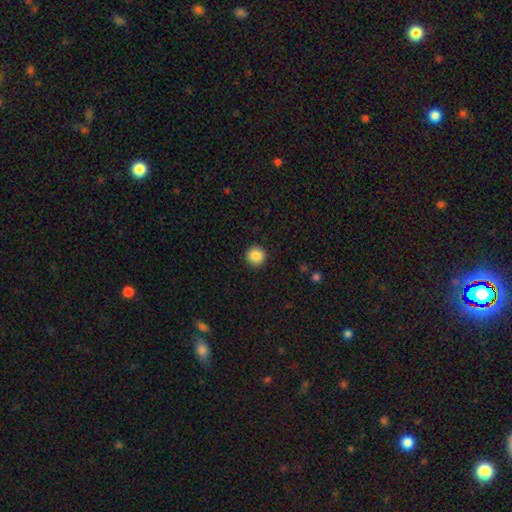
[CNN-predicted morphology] A smooth galaxy with no disk features (87%) that is round (95%).

Vote fractions:
- Smooth or featured? smooth: 87% / star or artifact: 9% / featured or disk: 4%
- How rounded? round: 95% / in between: 5% / cigar-shaped: 1%
- Merging? none: 92% / minor disturbance: 6% / major disturbance: 2% / merger: 1%